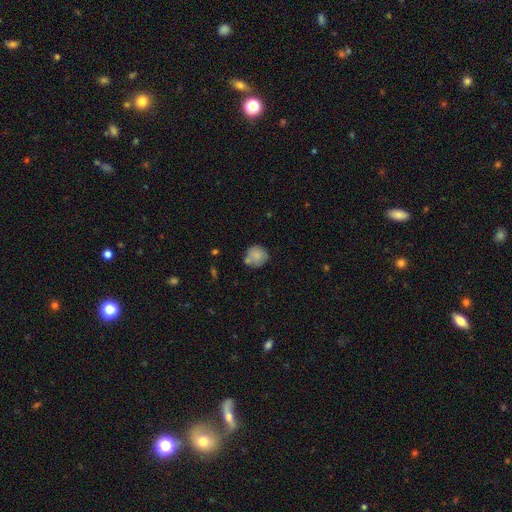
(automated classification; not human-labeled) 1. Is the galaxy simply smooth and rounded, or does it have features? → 80% smooth, 12% featured or disk, 8% star or artifact.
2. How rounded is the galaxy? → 87% round, 12% in between, 1% cigar-shaped.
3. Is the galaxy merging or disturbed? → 62% none, 20% minor disturbance, 12% merger, 5% major disturbance.